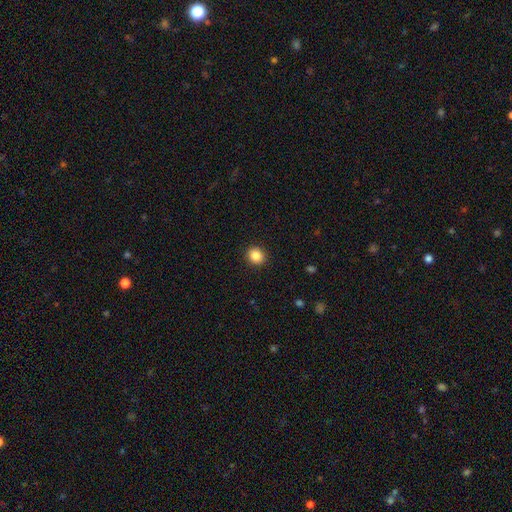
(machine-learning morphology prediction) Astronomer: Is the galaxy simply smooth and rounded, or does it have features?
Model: smooth — 86%.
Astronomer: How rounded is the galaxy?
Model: round — 82%.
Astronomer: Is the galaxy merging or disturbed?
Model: none — 92%.